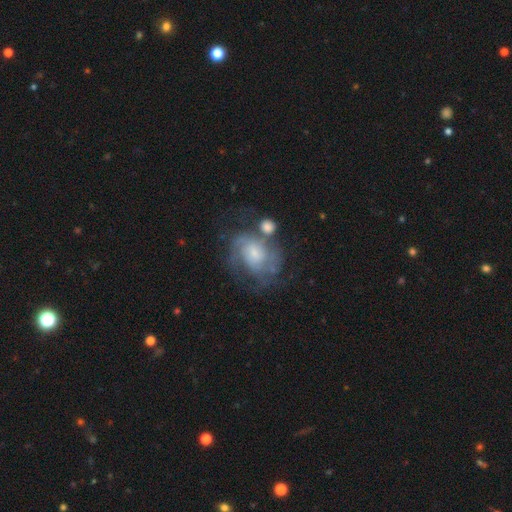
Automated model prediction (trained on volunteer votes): This is likely a featured or disk galaxy (70%). It is clearly not viewed edge-on (97%). Bar: likely no (67%). Spiral arm pattern: clearly yes (82%). Spiral arm count: marginally can't tell (43%). Spiral winding: possibly tight (47%). Central bulge: marginally small (41%). Merging: possibly none (50%).